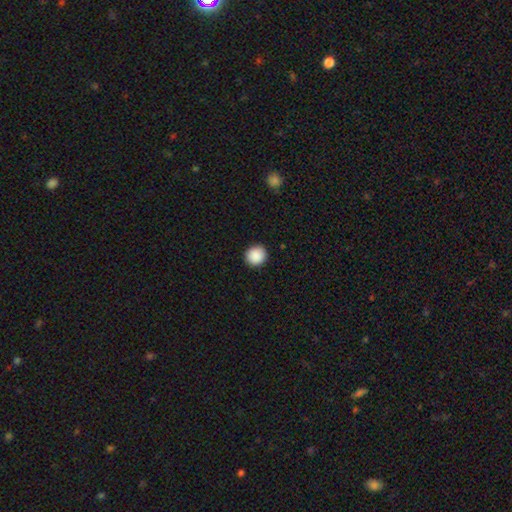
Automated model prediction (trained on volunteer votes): The model was most divided on "smooth or featured": smooth: 90%, star or artifact: 8%, featured or disk: 2%. More confident: merging — none (92%); how rounded — round (92%).